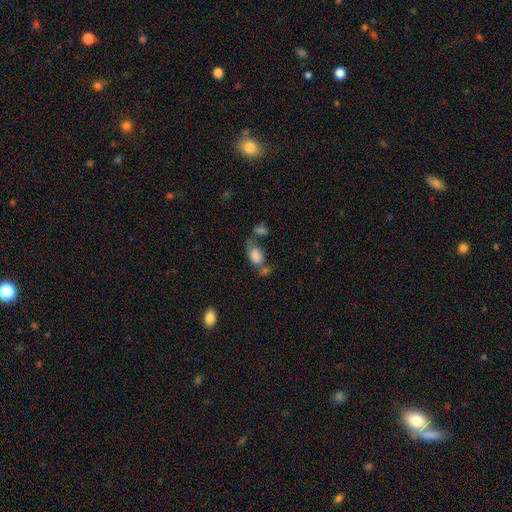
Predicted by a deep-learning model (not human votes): Smooth or featured? Predicted: smooth (p=0.78). How rounded? Predicted: in between (p=0.87). Merging? Predicted: merger (p=0.37).